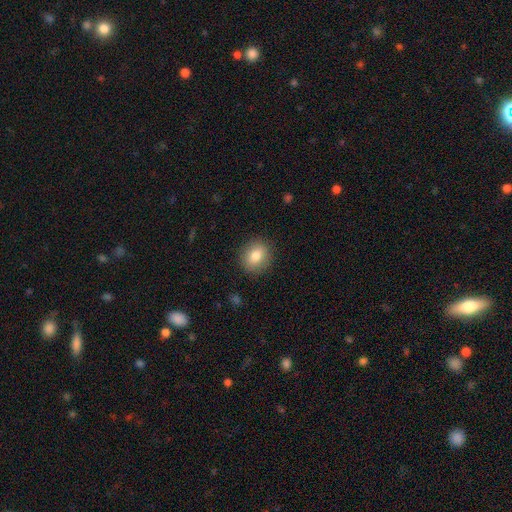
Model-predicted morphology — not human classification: Smooth or featured? Predicted: smooth (p=0.79). How rounded? Predicted: round (p=0.72). Merging? Predicted: none (p=0.89).